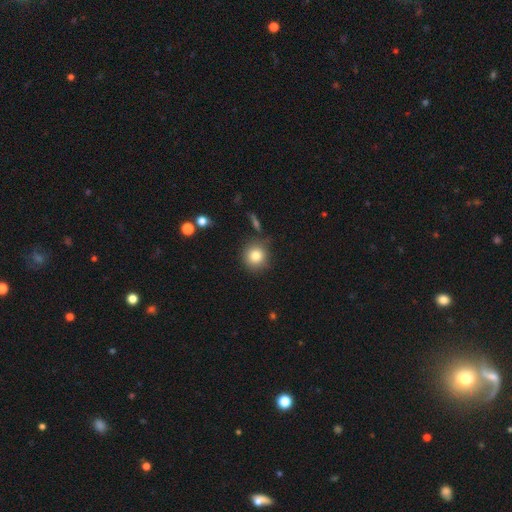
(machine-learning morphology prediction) Q: Smooth or featured?
A: smooth (81%); runner-up: star or artifact (11%)
Q: How rounded?
A: round (93%); runner-up: in between (6%)
Q: Merging?
A: none (81%); runner-up: minor disturbance (11%)